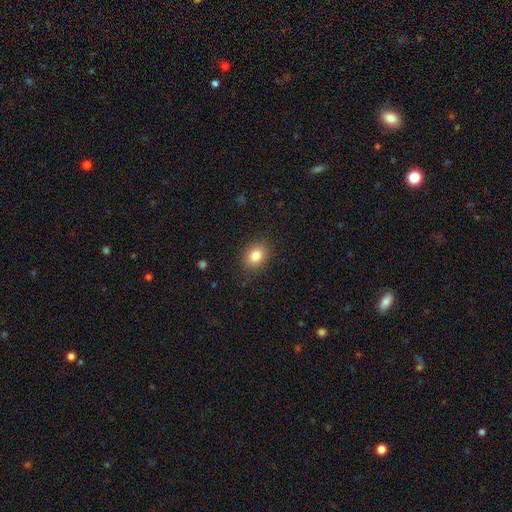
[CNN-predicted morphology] smooth 83%, star or artifact 10%, featured or disk 7%. Down the decision tree: how rounded — in between (51%); merging — none (87%).